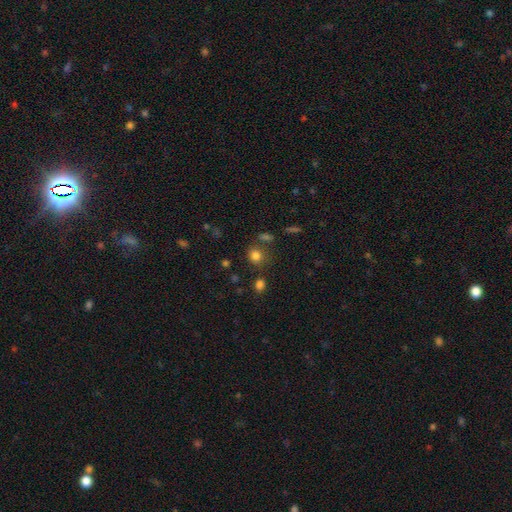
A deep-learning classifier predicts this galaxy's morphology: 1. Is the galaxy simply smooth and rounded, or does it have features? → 79% smooth, 14% star or artifact, 6% featured or disk.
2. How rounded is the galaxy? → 71% round, 28% in between, 1% cigar-shaped.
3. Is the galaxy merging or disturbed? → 75% none, 12% minor disturbance, 9% merger, 5% major disturbance.